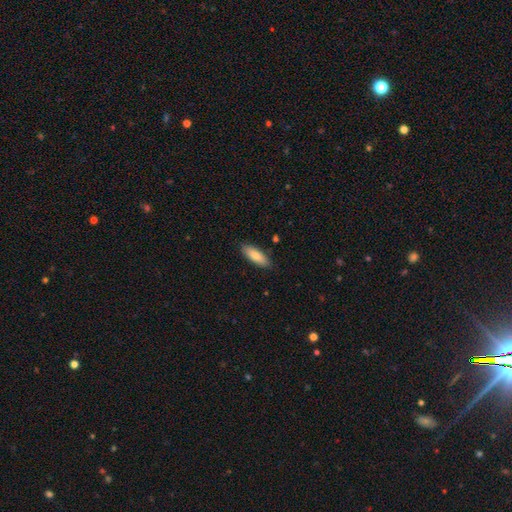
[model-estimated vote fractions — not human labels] Smooth or featured: smooth — 83% (featured or disk — 11%)
How rounded: in between — 65% (cigar-shaped — 33%)
Merging: none — 86% (minor disturbance — 10%)